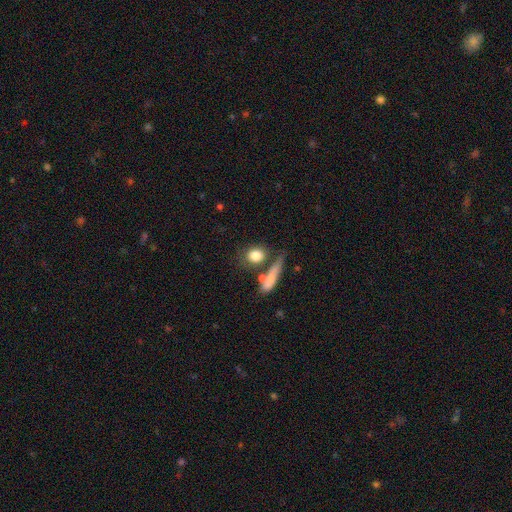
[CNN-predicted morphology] The model was most divided on "how rounded": round: 56%, in between: 36%, cigar-shaped: 8%. More confident: smooth or featured — smooth (80%); merging — none (60%).